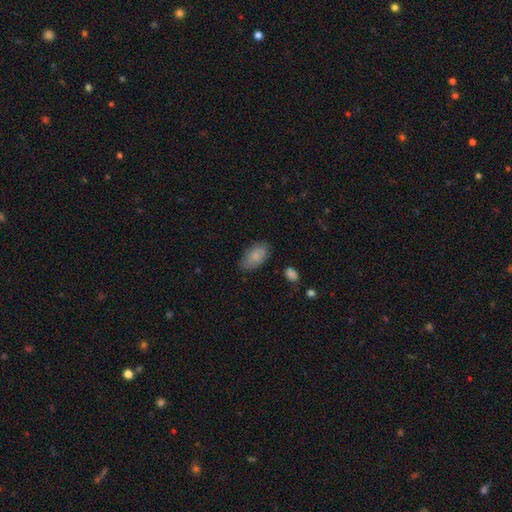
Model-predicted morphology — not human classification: smooth-or-featured: smooth: 84% | featured or disk: 9% | star or artifact: 7%
  how-rounded: in between: 93% | round: 4% | cigar-shaped: 2%
  merging: none: 76% | minor disturbance: 18% | major disturbance: 4% | merger: 2%